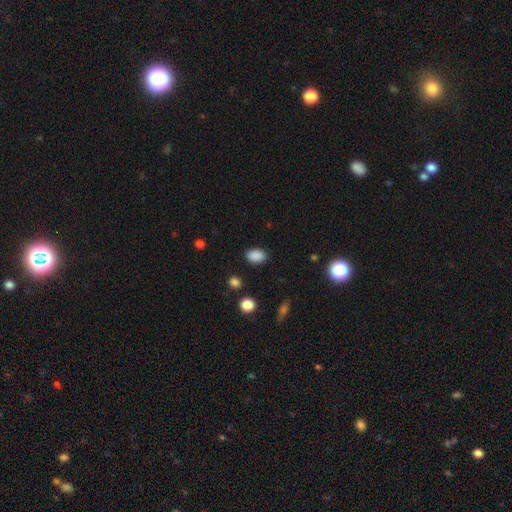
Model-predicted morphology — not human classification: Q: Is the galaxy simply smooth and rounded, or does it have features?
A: smooth — 87%.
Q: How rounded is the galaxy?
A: in between — 84%.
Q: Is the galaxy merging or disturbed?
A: none — 86%.